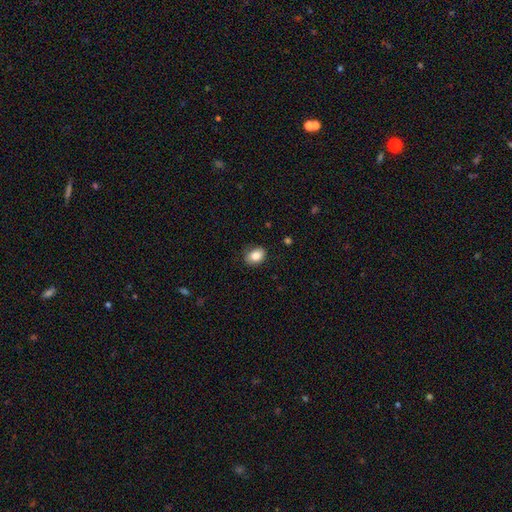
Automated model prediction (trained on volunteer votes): smooth 86%, star or artifact 8%, featured or disk 6%. Down the decision tree: how rounded — in between (68%); merging — none (83%).